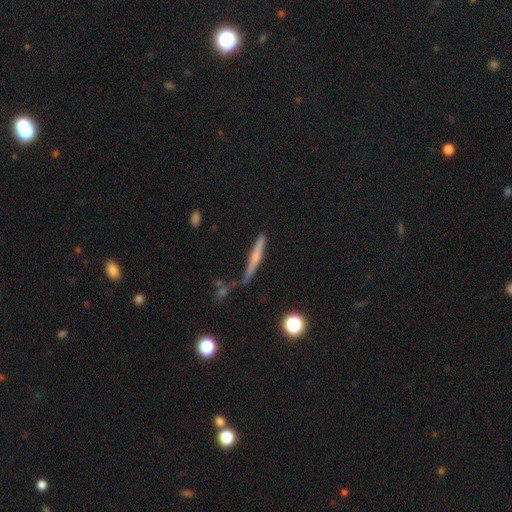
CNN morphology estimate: A smooth galaxy with no disk features (52%) that is cigar-shaped (92%).

Vote fractions:
- Smooth or featured? smooth: 52% / featured or disk: 39% / star or artifact: 9%
- How rounded? cigar-shaped: 92% / in between: 5% / round: 3%
- Merging? none: 56% / minor disturbance: 23% / major disturbance: 11% / merger: 10%